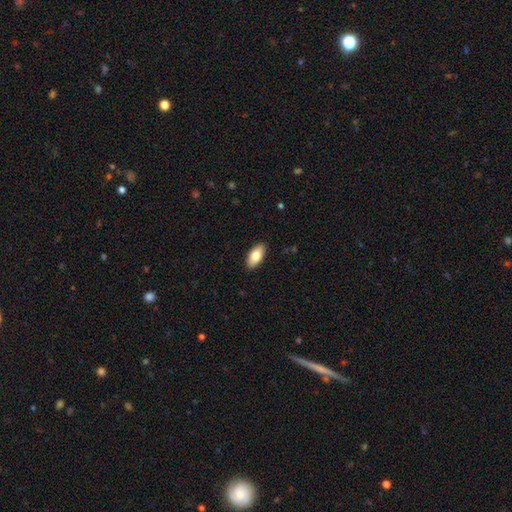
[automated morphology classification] type=smooth (78%); roundness=in between (91%); merging=none (90%).